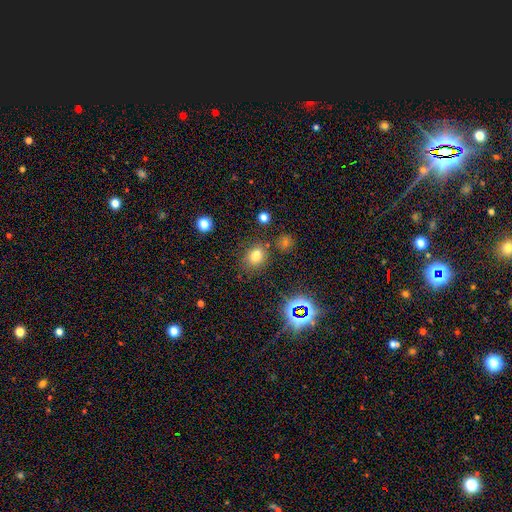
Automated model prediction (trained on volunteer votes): Smooth or featured? smooth (72%)
How rounded? in between (51%)
Merging? none (74%)